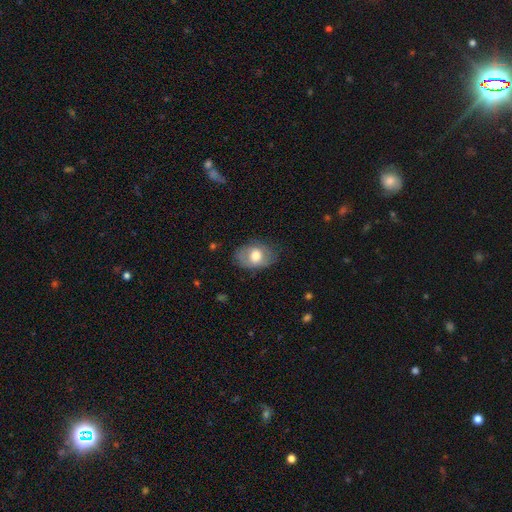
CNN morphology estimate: smooth-or-featured: smooth: 62% | featured or disk: 31% | star or artifact: 7%
  how-rounded: in between: 75% | round: 24% | cigar-shaped: 1%
  merging: none: 67% | minor disturbance: 23% | major disturbance: 9% | merger: 1%